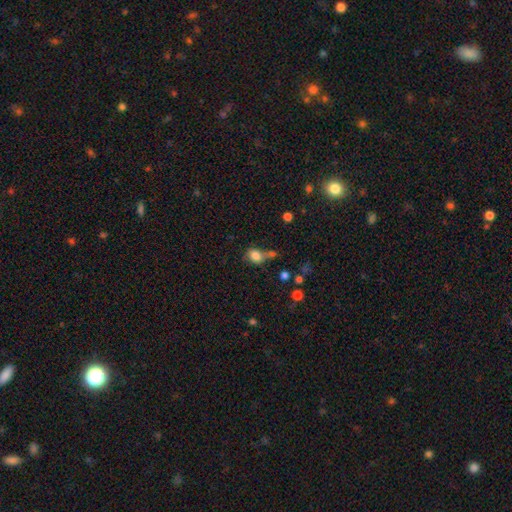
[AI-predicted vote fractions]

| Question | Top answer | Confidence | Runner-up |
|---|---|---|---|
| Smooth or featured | smooth | 78% | star or artifact (11%) |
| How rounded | round | 55% | in between (43%) |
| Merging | none | 37% | merger (25%) |